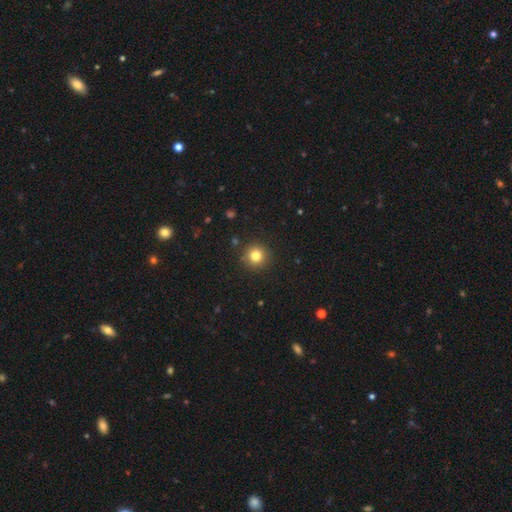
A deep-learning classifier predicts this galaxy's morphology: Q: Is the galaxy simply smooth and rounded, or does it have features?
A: smooth — 81%.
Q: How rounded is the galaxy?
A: round — 95%.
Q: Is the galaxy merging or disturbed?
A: none — 90%.